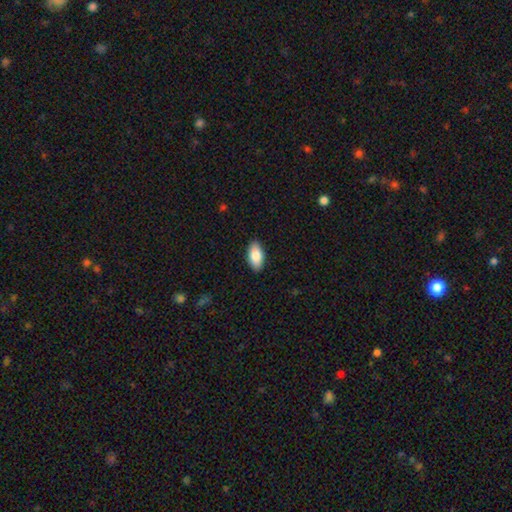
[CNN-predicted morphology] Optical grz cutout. It shows a smooth galaxy with no disk features (85%) that is in between round and cigar-shaped (93%). Merging: none (88%).